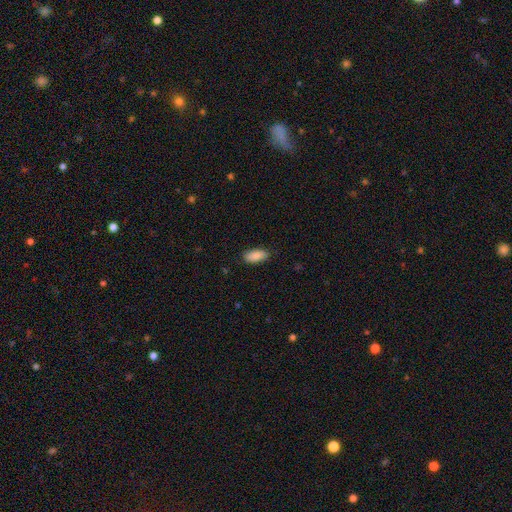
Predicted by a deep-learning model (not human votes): The model was most divided on "merging": none: 87%, minor disturbance: 10%, major disturbance: 2%, merger: 1%. More confident: how rounded — in between (90%); smooth or featured — smooth (89%).